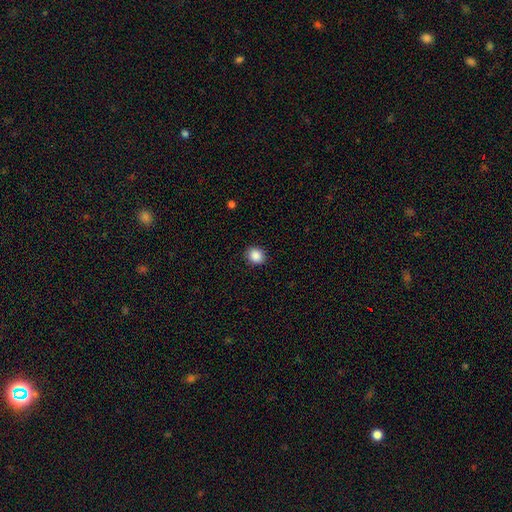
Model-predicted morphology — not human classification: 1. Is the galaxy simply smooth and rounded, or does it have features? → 88% smooth, 9% star or artifact, 3% featured or disk.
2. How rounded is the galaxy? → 67% round, 32% in between, 1% cigar-shaped.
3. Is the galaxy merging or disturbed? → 89% none, 8% minor disturbance, 2% major disturbance, 1% merger.